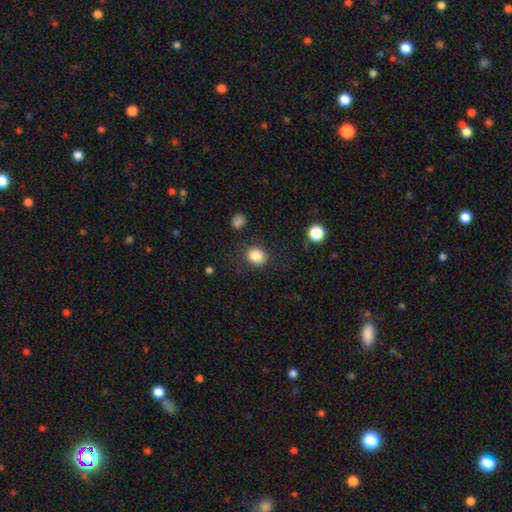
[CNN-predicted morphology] smooth 85%, star or artifact 10%, featured or disk 5%. Down the decision tree: how rounded — round (62%); merging — none (79%).